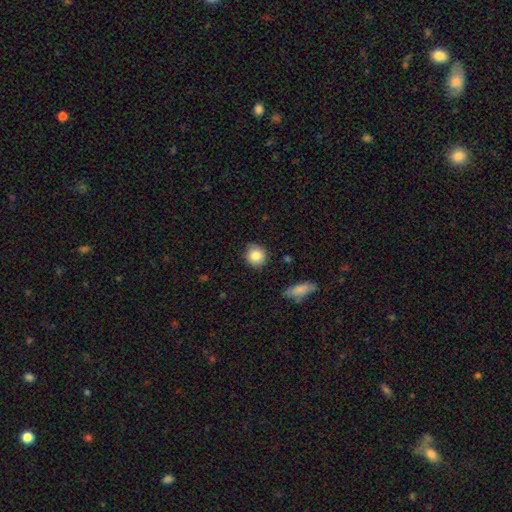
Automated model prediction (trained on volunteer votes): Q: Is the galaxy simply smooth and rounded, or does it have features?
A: smooth — 85%.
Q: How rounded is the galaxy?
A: round — 85%.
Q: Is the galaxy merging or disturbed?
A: none — 84%.